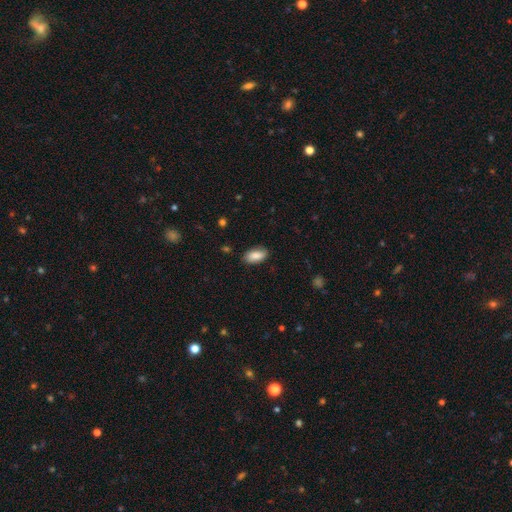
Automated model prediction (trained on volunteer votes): Smooth or featured? Predicted: smooth (p=0.86). How rounded? Predicted: in between (p=0.92). Merging? Predicted: none (p=0.84).